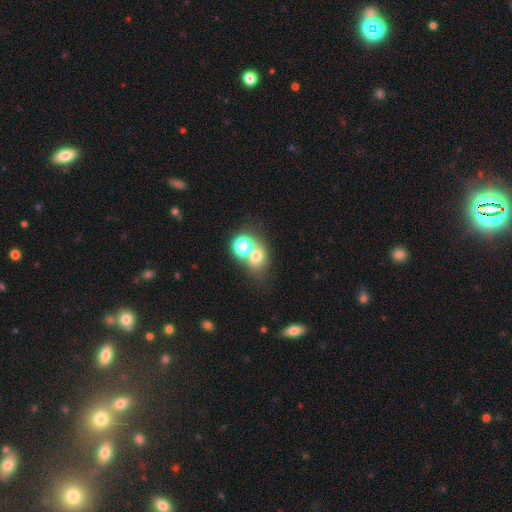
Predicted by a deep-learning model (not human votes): Smooth or featured: smooth — 64% (star or artifact — 21%)
How rounded: round — 57% (in between — 42%)
Merging: none — 43% (merger — 40%)